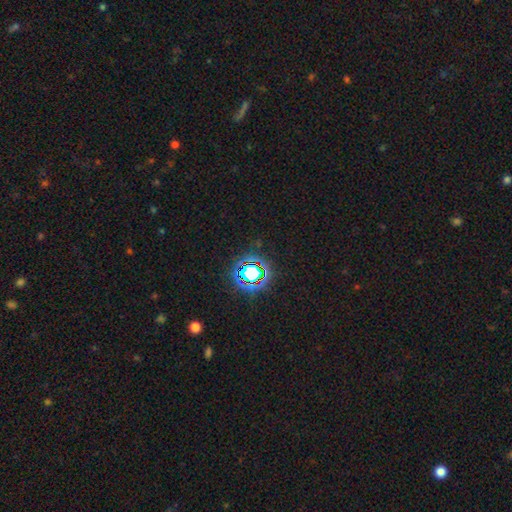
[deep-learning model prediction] A star or artifact, not a galaxy (80%).

Vote fractions:
- Smooth or featured? star or artifact: 80% / smooth: 13% / featured or disk: 7%